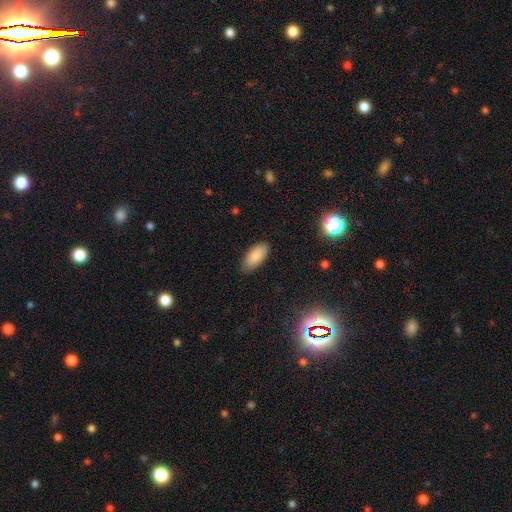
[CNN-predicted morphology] Smooth or featured? smooth (87%)
How rounded? in between (91%)
Merging? none (83%)